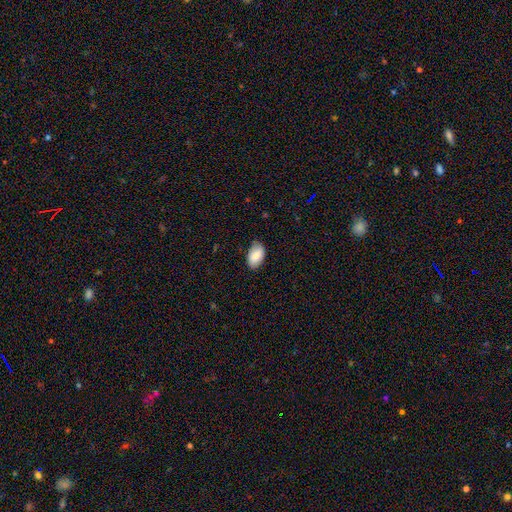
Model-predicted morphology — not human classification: Overall: smooth (86%). How rounded: in between (94%). Merging: none (77%).